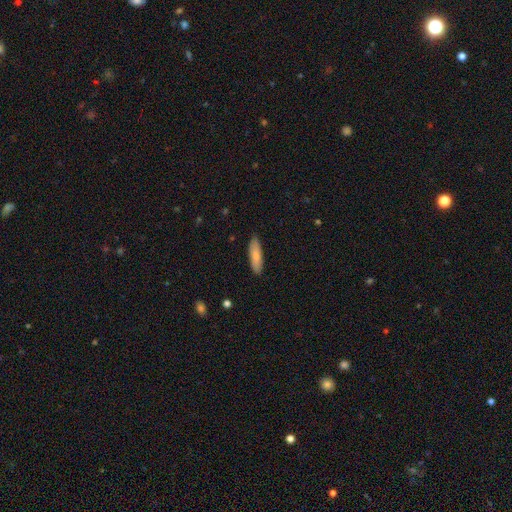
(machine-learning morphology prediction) Smooth or featured: smooth — 82% (featured or disk — 13%)
How rounded: cigar-shaped — 58% (in between — 41%)
Merging: none — 88% (minor disturbance — 9%)